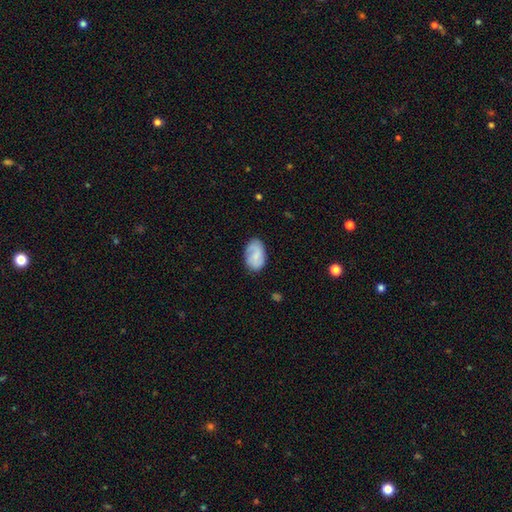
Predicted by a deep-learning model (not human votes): Smooth or featured: smooth — 56% (featured or disk — 36%)
How rounded: in between — 89% (round — 10%)
Merging: none — 75% (minor disturbance — 19%)